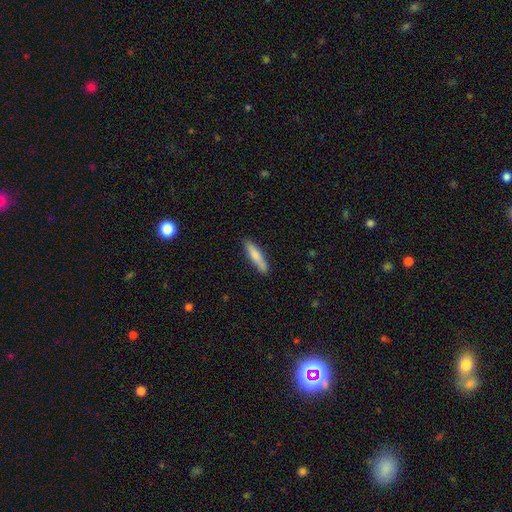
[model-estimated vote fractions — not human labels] This is likely a smooth galaxy (77%). How rounded: clearly cigar-shaped (83%). Merging: clearly none (85%).